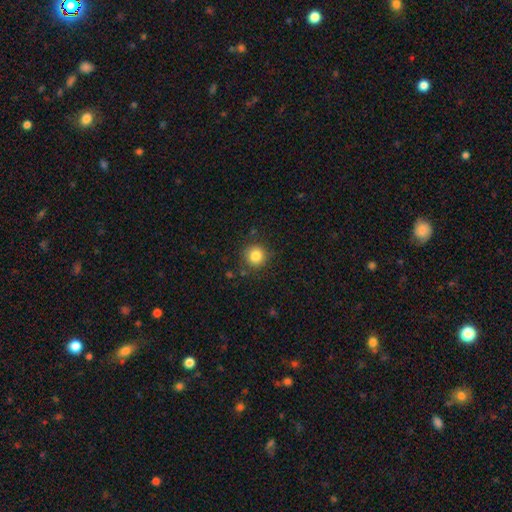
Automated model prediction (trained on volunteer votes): The model was most divided on "smooth or featured": smooth: 84%, star or artifact: 11%, featured or disk: 6%. More confident: how rounded — round (93%); merging — none (86%).